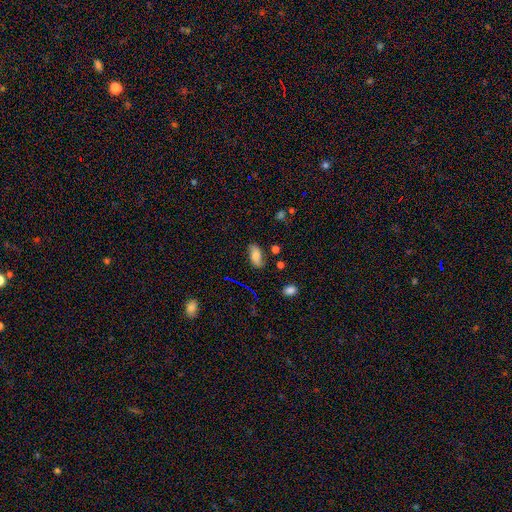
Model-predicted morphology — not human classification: smooth_or_featured: smooth (p=0.66) [alt: featured or disk p=0.24]
how_rounded: in between (p=0.88) [alt: cigar-shaped p=0.07]
merging: none (p=0.73) [alt: minor disturbance p=0.19]